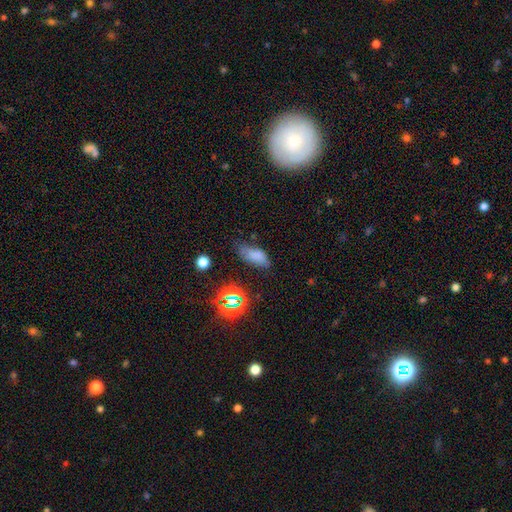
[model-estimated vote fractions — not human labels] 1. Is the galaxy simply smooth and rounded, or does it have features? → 72% smooth, 17% star or artifact, 11% featured or disk.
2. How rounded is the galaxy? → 83% in between, 12% cigar-shaped, 5% round.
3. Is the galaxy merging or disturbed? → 57% none, 29% minor disturbance, 10% major disturbance, 4% merger.